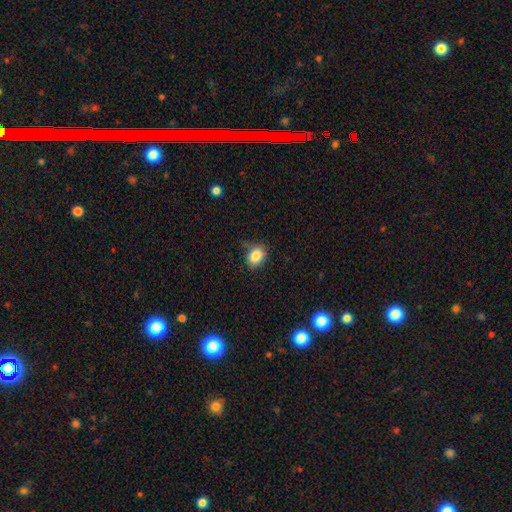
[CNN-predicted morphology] A smooth galaxy with no disk features (84%) that is in between round and cigar-shaped (55%). Merging: none (75%).